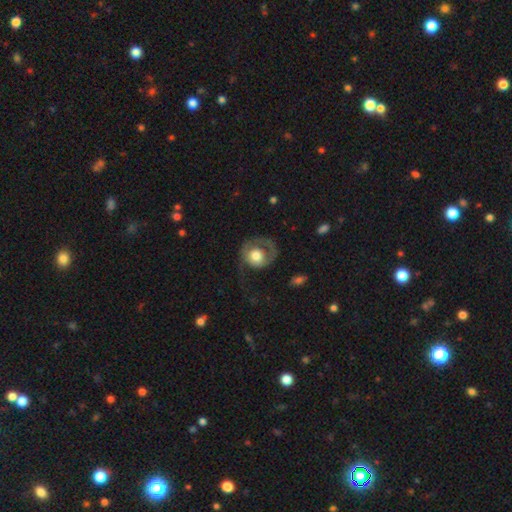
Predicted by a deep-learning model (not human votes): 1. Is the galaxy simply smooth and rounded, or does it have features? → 52% featured or disk, 42% smooth, 6% star or artifact.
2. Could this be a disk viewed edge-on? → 97% no, 3% yes.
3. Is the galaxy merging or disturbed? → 40% major disturbance, 38% none, 20% minor disturbance, 2% merger.